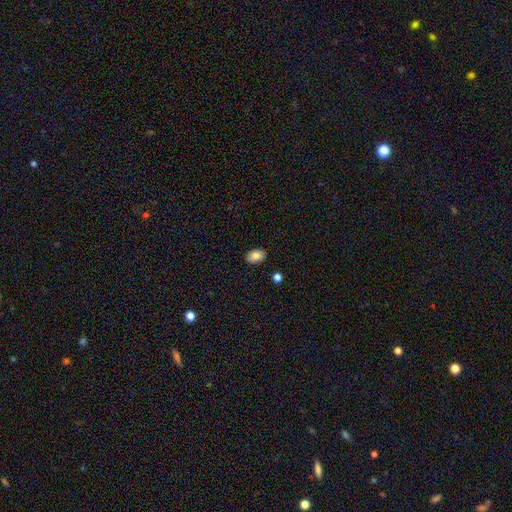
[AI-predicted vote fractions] Smooth or featured? smooth (82%)
How rounded? in between (89%)
Merging? none (88%)